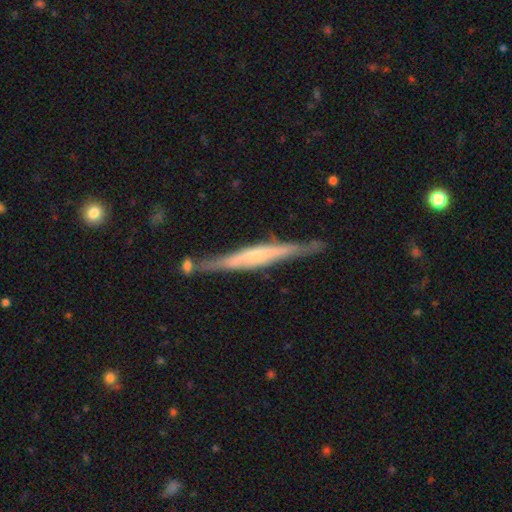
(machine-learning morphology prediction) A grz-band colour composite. It shows a featured or disk galaxy (72%) viewed edge-on (96%) with a rounded central bulge (51%). Merging: none (78%).